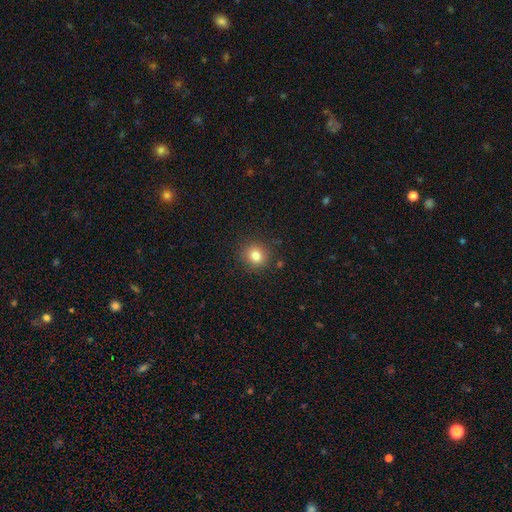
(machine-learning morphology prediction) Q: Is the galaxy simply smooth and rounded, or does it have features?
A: smooth — 81%.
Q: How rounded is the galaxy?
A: round — 87%.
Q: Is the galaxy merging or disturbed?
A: none — 88%.